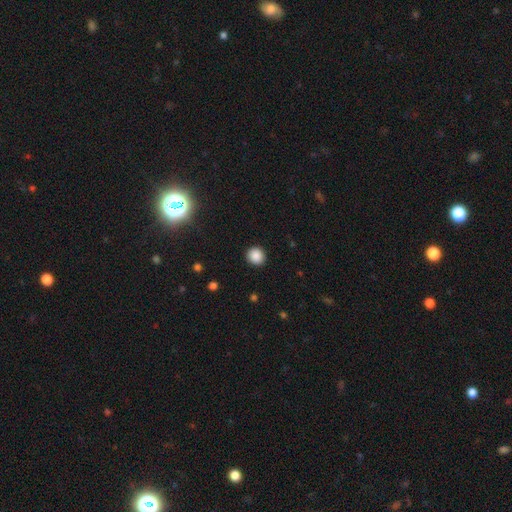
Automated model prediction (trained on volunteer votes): smooth 87%, star or artifact 10%, featured or disk 3%. Down the decision tree: how rounded — round (90%); merging — none (91%).